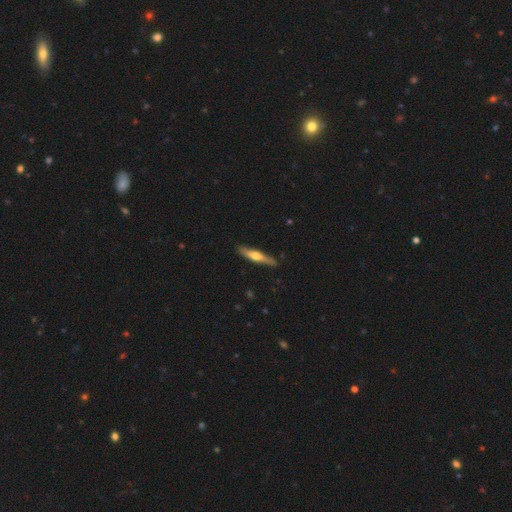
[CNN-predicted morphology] type=featured or disk (52%); edge-on=yes (92%); merging=none (86%).